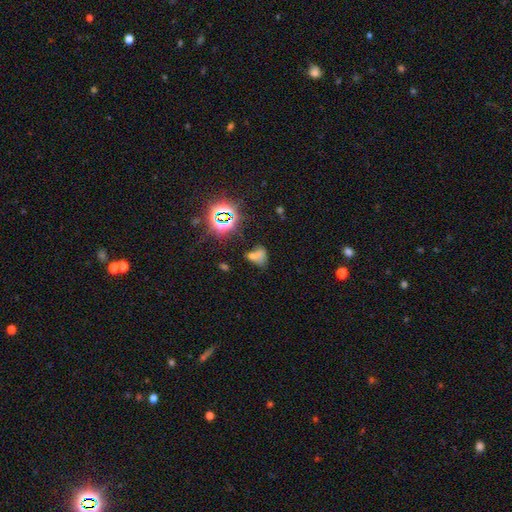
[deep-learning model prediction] Overall: smooth (55%; star or artifact 30%). How rounded: in between (74%). Merging: merger (34%; none 32%).